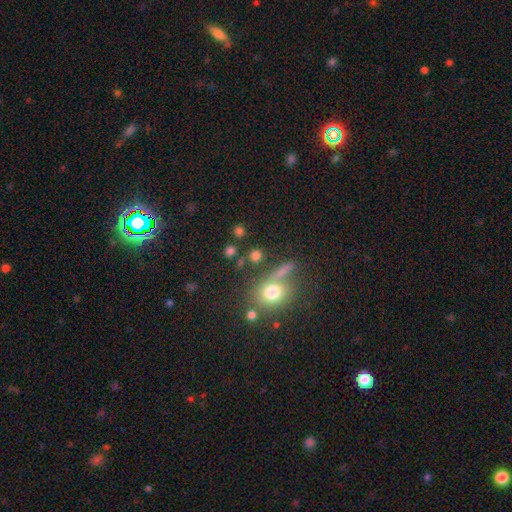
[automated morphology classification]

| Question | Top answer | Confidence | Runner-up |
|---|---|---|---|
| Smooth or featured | smooth | 73% | star or artifact (17%) |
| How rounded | round | 81% | in between (15%) |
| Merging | none | 72% | merger (14%) |